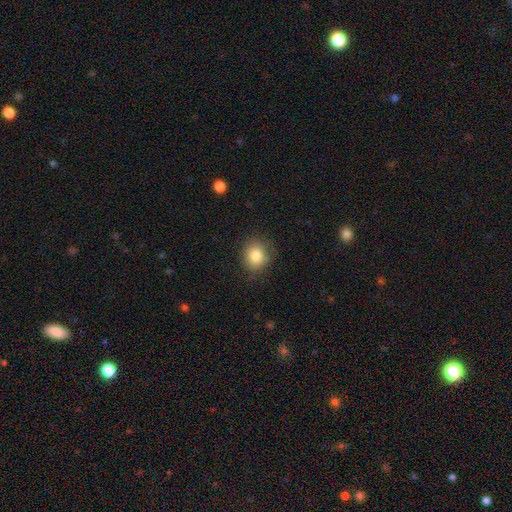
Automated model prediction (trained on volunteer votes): smooth 84%, star or artifact 9%, featured or disk 7%. Down the decision tree: how rounded — round (73%); merging — none (81%).